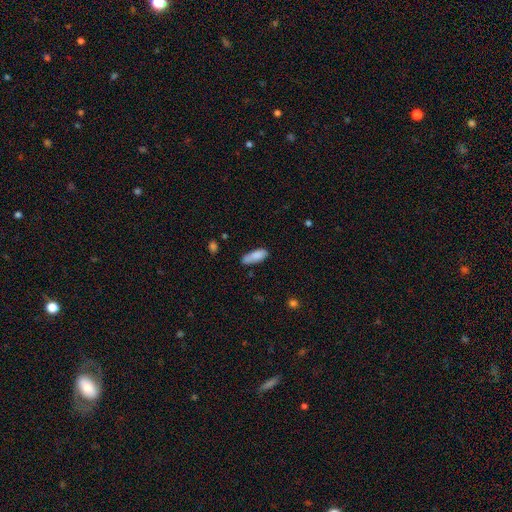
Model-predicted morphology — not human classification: smooth_or_featured: smooth (p=0.83) [alt: featured or disk p=0.10]
how_rounded: in between (p=0.71) [alt: cigar-shaped p=0.27]
merging: none (p=0.62) [alt: minor disturbance p=0.27]